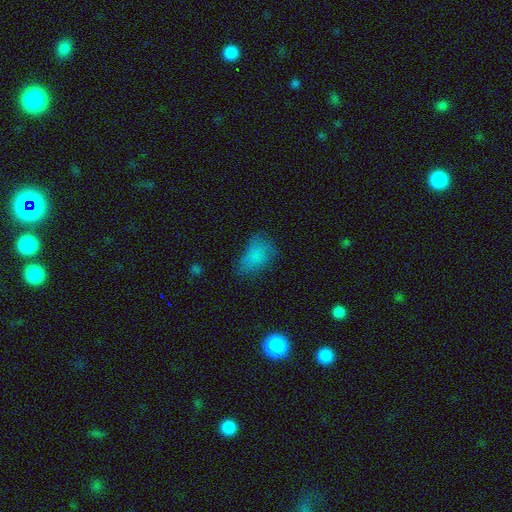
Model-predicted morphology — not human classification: The model was most divided on "merging": none: 49%, minor disturbance: 30%, major disturbance: 17%, merger: 3%. More confident: how rounded — in between (87%); smooth or featured — smooth (76%).